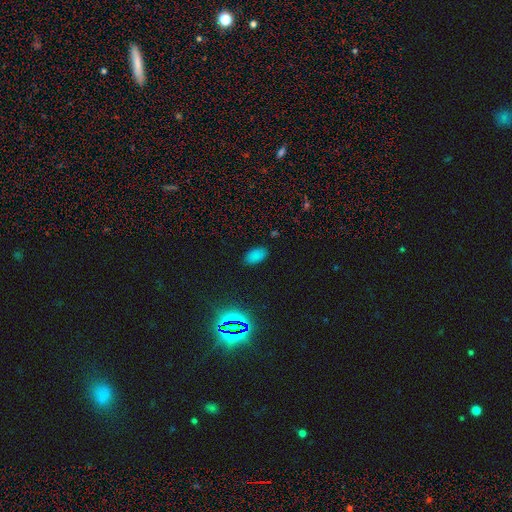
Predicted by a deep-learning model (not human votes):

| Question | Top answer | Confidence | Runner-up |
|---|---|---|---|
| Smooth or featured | smooth | 59% | star or artifact (36%) |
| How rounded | in between | 90% | round (6%) |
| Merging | none | 86% | minor disturbance (9%) |